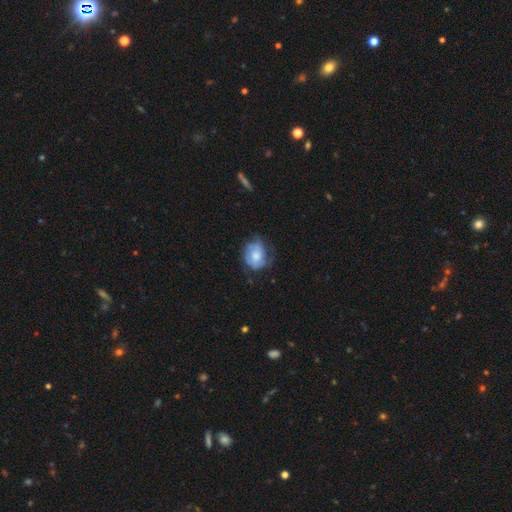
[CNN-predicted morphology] featured or disk 49%, smooth 44%, star or artifact 7%. Down the decision tree: merging — none (52%).